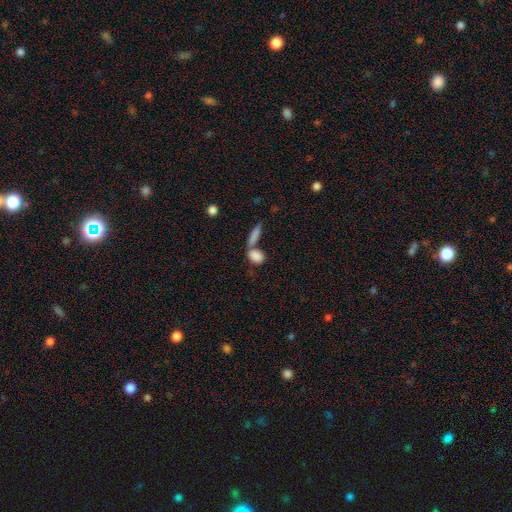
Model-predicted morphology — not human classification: Smooth or featured? smooth (85%)
How rounded? in between (67%)
Merging? none (48%)